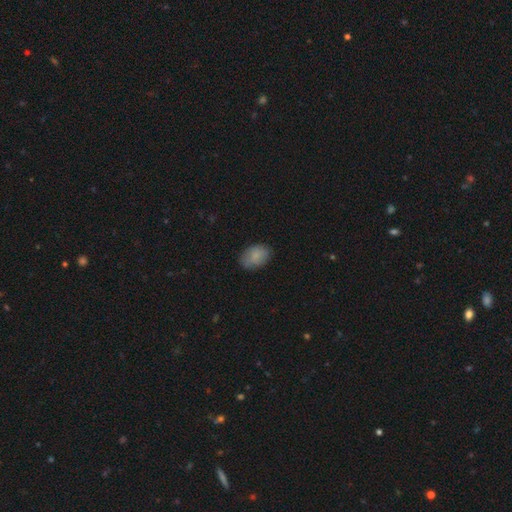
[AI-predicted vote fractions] A smooth galaxy with no disk features (82%) that is in between round and cigar-shaped (82%).

Vote fractions:
- Smooth or featured? smooth: 82% / featured or disk: 11% / star or artifact: 7%
- How rounded? in between: 82% / round: 17% / cigar-shaped: 1%
- Merging? none: 74% / minor disturbance: 20% / major disturbance: 4% / merger: 1%